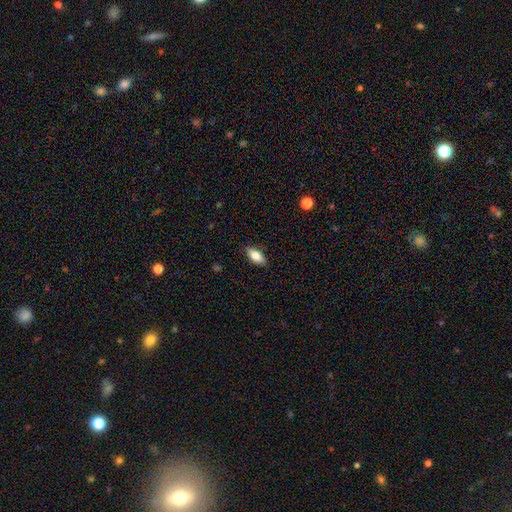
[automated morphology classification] Smooth or featured? smooth (83%)
How rounded? in between (88%)
Merging? none (87%)